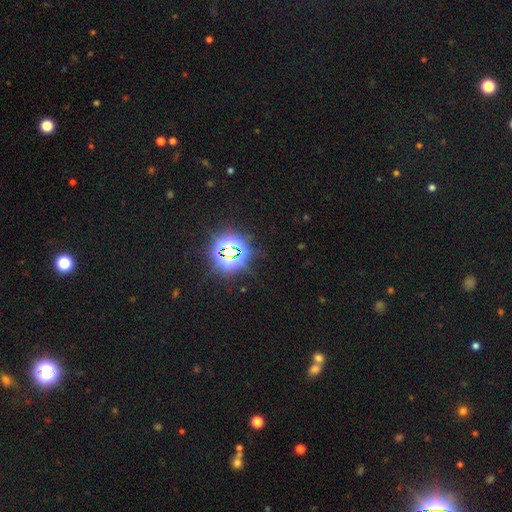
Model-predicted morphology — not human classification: type=star or artifact (81%).